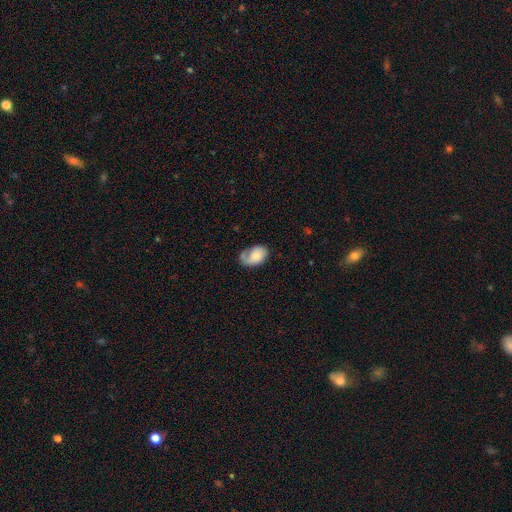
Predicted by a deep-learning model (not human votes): Smooth or featured?
  - smooth: 64% *
  - featured or disk: 29%
  - star or artifact: 7%
How rounded?
  - in between: 89% *
  - round: 10%
  - cigar-shaped: 1%
Merging?
  - none: 44% *
  - minor disturbance: 30%
  - major disturbance: 21%
  - merger: 5%